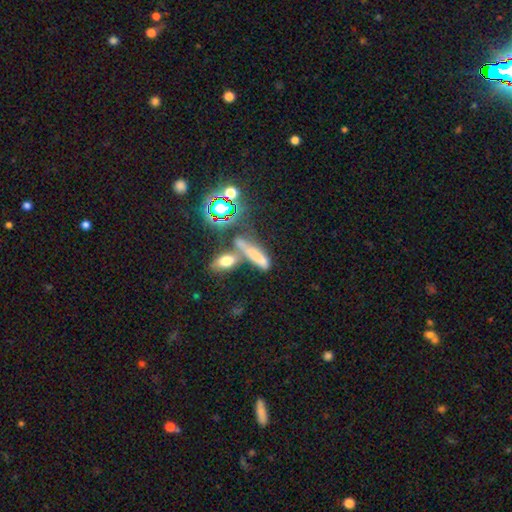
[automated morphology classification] Overall: smooth (60%; star or artifact 22%). How rounded: cigar-shaped (59%; in between 32%). Merging: merger (38%; none 37%).